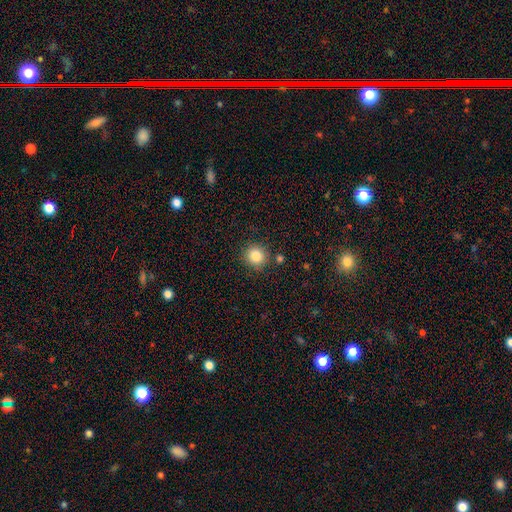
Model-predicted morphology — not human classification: A smooth galaxy with no disk features (85%) that is round (89%).

Vote fractions:
- Smooth or featured? smooth: 85% / star or artifact: 10% / featured or disk: 5%
- How rounded? round: 89% / in between: 10% / cigar-shaped: 1%
- Merging? none: 86% / minor disturbance: 8% / merger: 4% / major disturbance: 3%